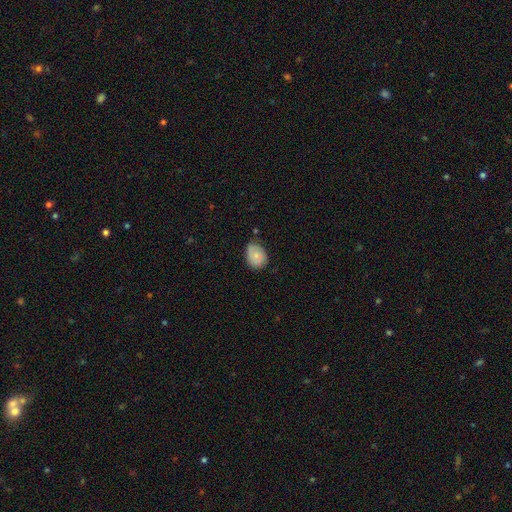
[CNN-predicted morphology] type=smooth (69%); roundness=in between (60%); merging=none (60%).